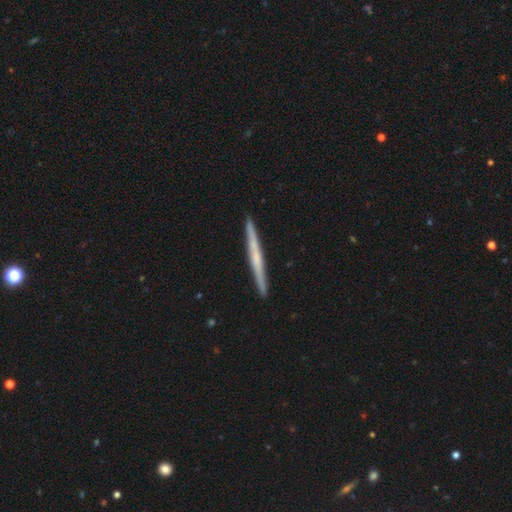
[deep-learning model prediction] A featured or disk galaxy (58%) viewed edge-on (98%) with no central bulge (67%).

Vote fractions:
- Smooth or featured? featured or disk: 58% / smooth: 36% / star or artifact: 6%
- Edge-on disk? yes: 98% / no: 2%
- Edge-on bulge? none: 67% / rounded: 26% / boxy: 7%
- Merging? none: 93% / minor disturbance: 5% / major disturbance: 1% / merger: 1%